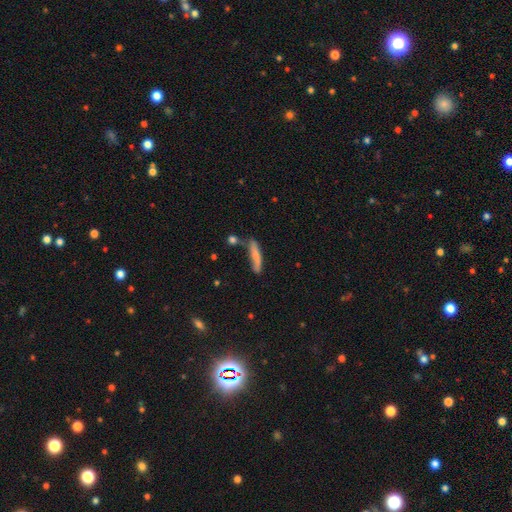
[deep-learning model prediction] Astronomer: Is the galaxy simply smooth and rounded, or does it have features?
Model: smooth — 72%.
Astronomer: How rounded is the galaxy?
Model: cigar-shaped — 83%.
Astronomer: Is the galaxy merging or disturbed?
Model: none — 52%.